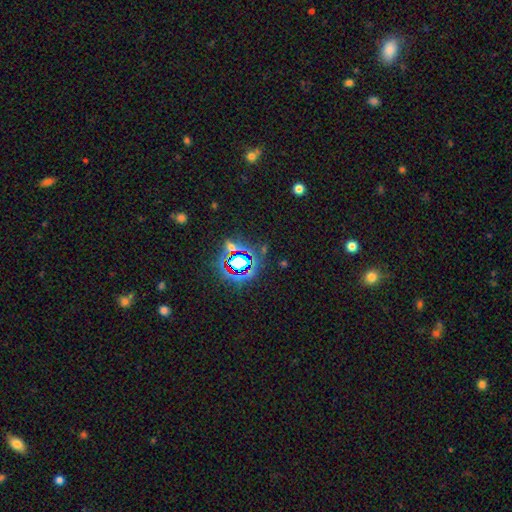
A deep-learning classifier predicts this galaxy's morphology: Smooth or featured? star or artifact (78%)